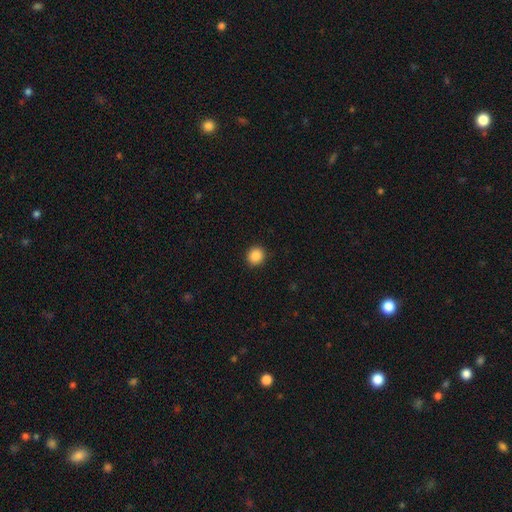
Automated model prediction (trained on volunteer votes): The model was most divided on "how rounded": round: 87%, in between: 12%, cigar-shaped: 1%. More confident: merging — none (92%); smooth or featured — smooth (88%).